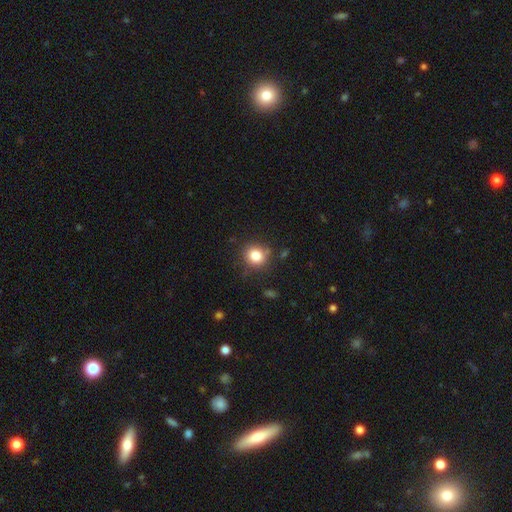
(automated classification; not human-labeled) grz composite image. It shows a smooth galaxy with no disk features (82%) that is round (88%). Merging: none (82%).